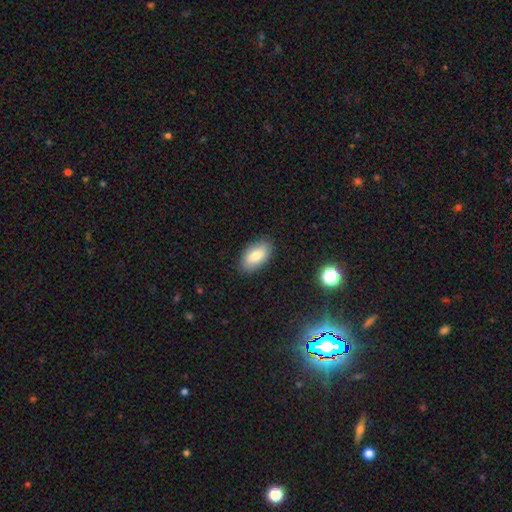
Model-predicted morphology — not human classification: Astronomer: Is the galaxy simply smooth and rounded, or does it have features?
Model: smooth — 80%.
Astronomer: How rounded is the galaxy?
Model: in between — 94%.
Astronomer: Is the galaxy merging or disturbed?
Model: none — 87%.